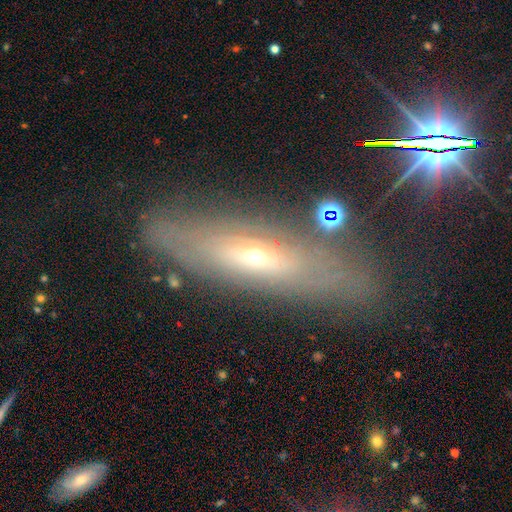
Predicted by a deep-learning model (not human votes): Q: Smooth or featured?
A: featured or disk (63%); runner-up: smooth (22%)
Q: Edge-on disk?
A: yes (61%); runner-up: no (39%)
Q: Merging?
A: none (82%); runner-up: minor disturbance (12%)